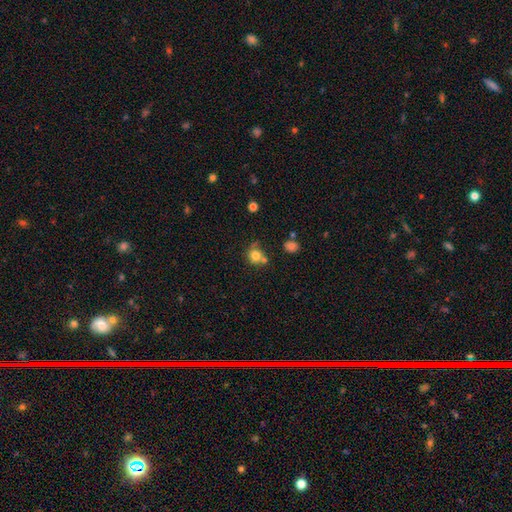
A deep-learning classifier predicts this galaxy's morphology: This appears to be a smooth galaxy with no disk features (78%) that is round (83%). Merging: none (52%).